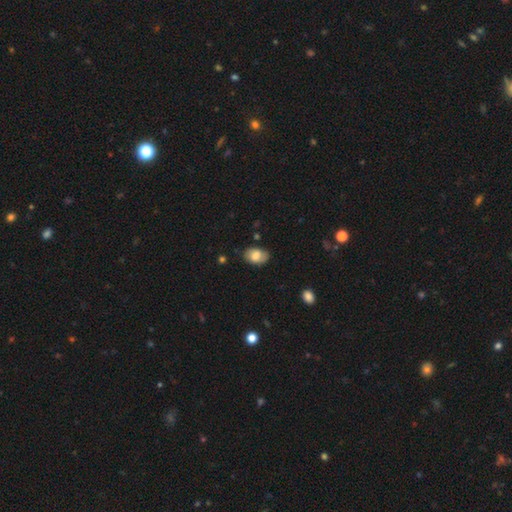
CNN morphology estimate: smooth_or_featured: smooth (p=0.74) [alt: featured or disk p=0.18]
how_rounded: in between (p=0.84) [alt: round p=0.15]
merging: none (p=0.71) [alt: minor disturbance p=0.23]